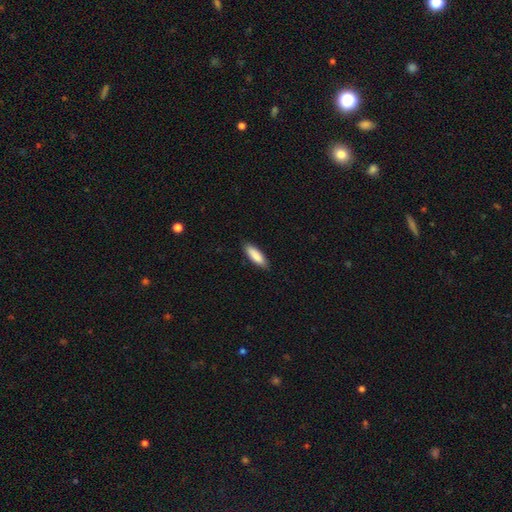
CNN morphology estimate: This is clearly a smooth galaxy (87%). How rounded: possibly in between (55%). Merging: clearly none (86%).